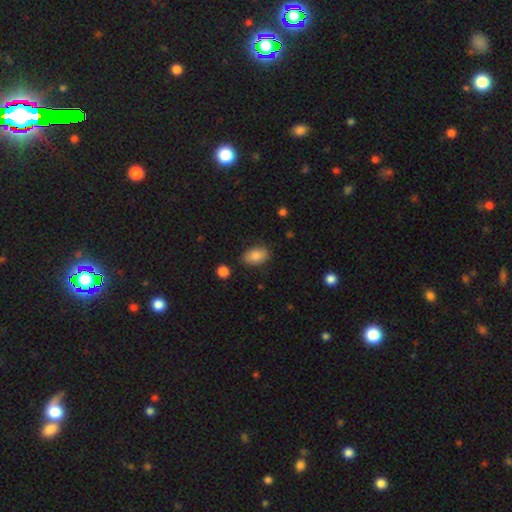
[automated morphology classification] Smooth or featured: smooth — 83% (featured or disk — 10%)
How rounded: in between — 90% (round — 8%)
Merging: none — 84% (minor disturbance — 12%)